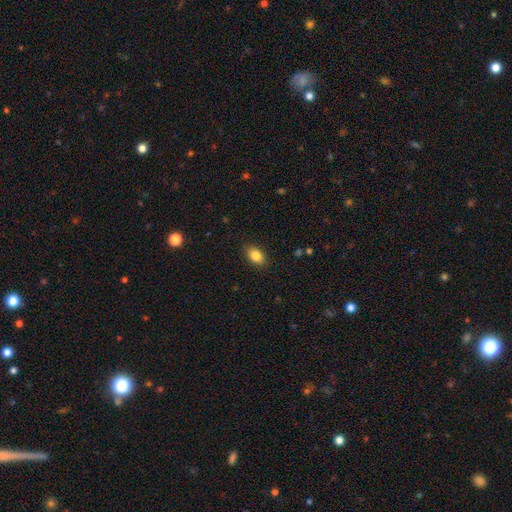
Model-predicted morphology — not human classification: Overall: smooth (85%). How rounded: in between (82%). Merging: none (87%).